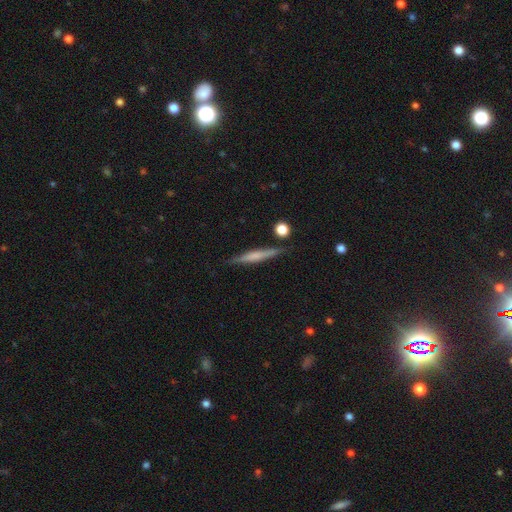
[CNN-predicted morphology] Smooth or featured: featured or disk — 50% (smooth — 43%)
Edge-on disk: yes — 97% (no — 3%)
Merging: none — 86% (minor disturbance — 9%)